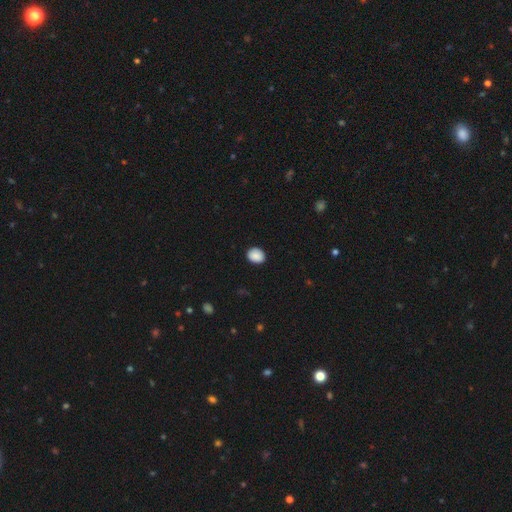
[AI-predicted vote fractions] Overall: smooth (89%). How rounded: round (51%; in between 48%). Merging: none (89%).